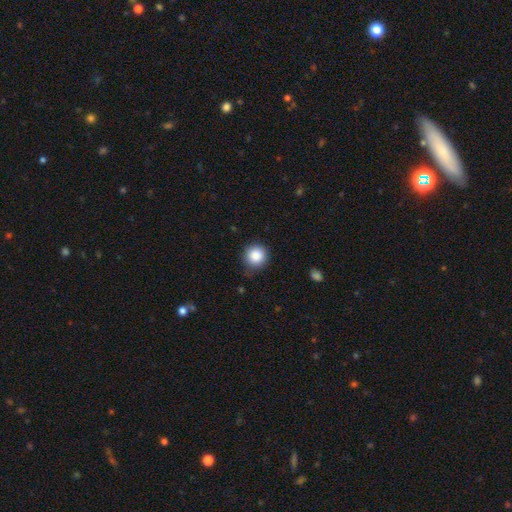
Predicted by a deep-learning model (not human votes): A smooth galaxy with no disk features (87%) that is round (94%).

Vote fractions:
- Smooth or featured? smooth: 87% / star or artifact: 9% / featured or disk: 4%
- How rounded? round: 94% / in between: 5% / cigar-shaped: 1%
- Merging? none: 82% / minor disturbance: 13% / major disturbance: 3% / merger: 1%